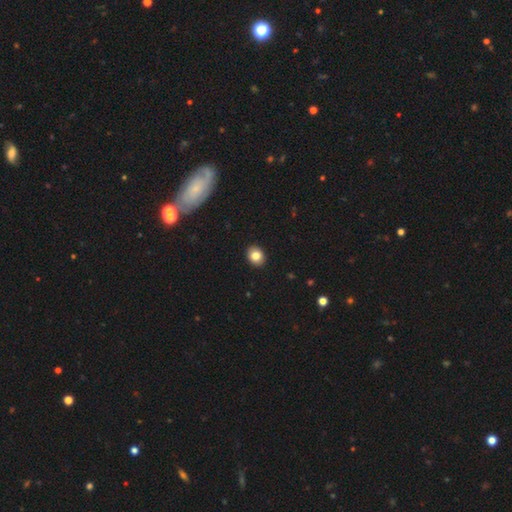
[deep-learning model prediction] The model was most divided on "how rounded": round: 57%, in between: 42%, cigar-shaped: 1%. More confident: merging — none (92%); smooth or featured — smooth (83%).